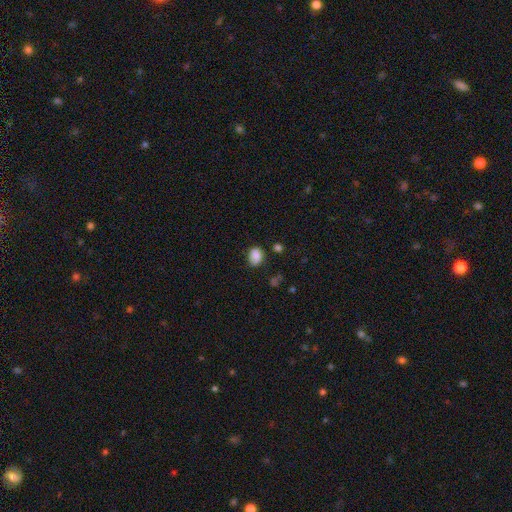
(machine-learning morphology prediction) A smooth galaxy with no disk features (85%) that is in between round and cigar-shaped (69%). Merging: none (69%).